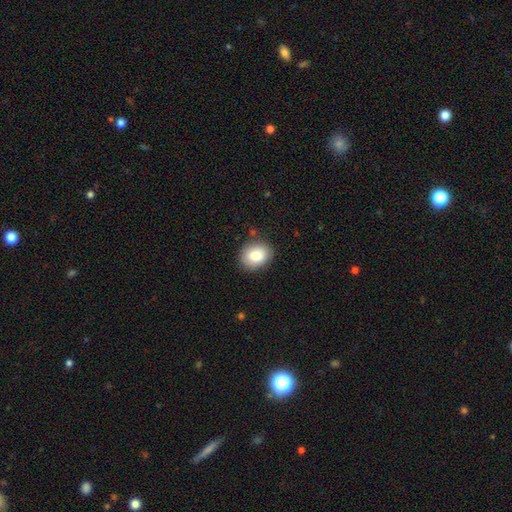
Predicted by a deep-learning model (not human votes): A smooth galaxy with no disk features (85%) that is in between round and cigar-shaped (58%).

Vote fractions:
- Smooth or featured? smooth: 85% / featured or disk: 8% / star or artifact: 7%
- How rounded? in between: 58% / round: 41% / cigar-shaped: 1%
- Merging? none: 84% / minor disturbance: 11% / major disturbance: 3% / merger: 2%